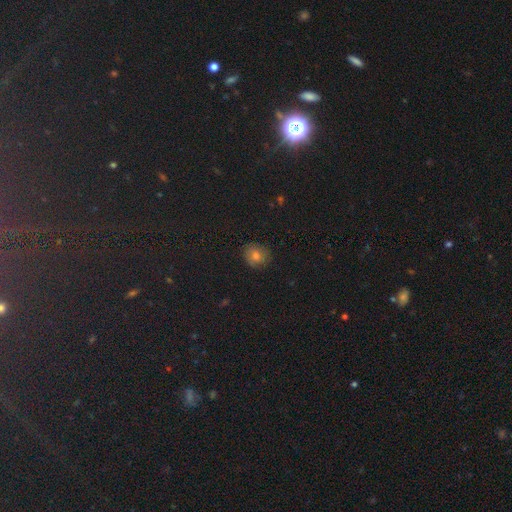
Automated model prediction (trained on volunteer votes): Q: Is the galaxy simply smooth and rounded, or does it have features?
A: smooth — 67%.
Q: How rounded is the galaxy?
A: round — 82%.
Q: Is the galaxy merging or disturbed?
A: none — 85%.